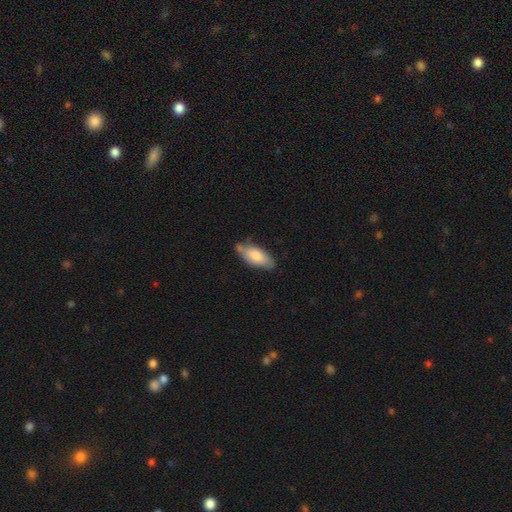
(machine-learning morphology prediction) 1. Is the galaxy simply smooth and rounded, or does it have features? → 79% smooth, 15% featured or disk, 6% star or artifact.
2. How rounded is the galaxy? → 83% in between, 15% cigar-shaped, 2% round.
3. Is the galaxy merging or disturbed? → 61% none, 29% minor disturbance, 5% merger, 5% major disturbance.